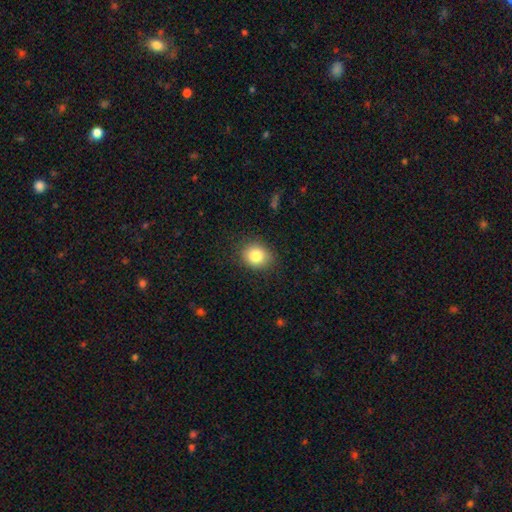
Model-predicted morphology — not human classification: Smooth or featured?
  - smooth: 83% *
  - star or artifact: 10%
  - featured or disk: 8%
How rounded?
  - round: 67% *
  - in between: 32%
  - cigar-shaped: 1%
Merging?
  - none: 86% *
  - minor disturbance: 10%
  - major disturbance: 3%
  - merger: 1%